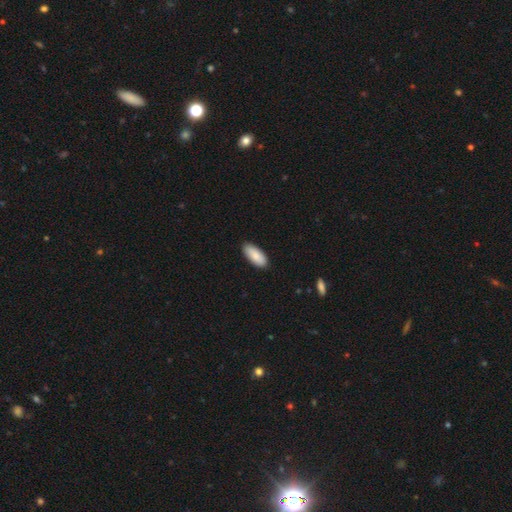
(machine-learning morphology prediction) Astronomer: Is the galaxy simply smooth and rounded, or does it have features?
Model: smooth — 87%.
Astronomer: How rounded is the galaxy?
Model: in between — 87%.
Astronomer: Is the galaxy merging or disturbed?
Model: none — 88%.